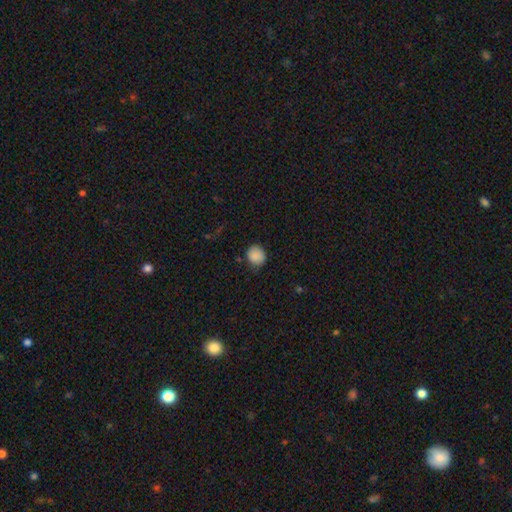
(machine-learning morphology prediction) Smooth or featured? smooth (88%)
How rounded? round (80%)
Merging? none (76%)